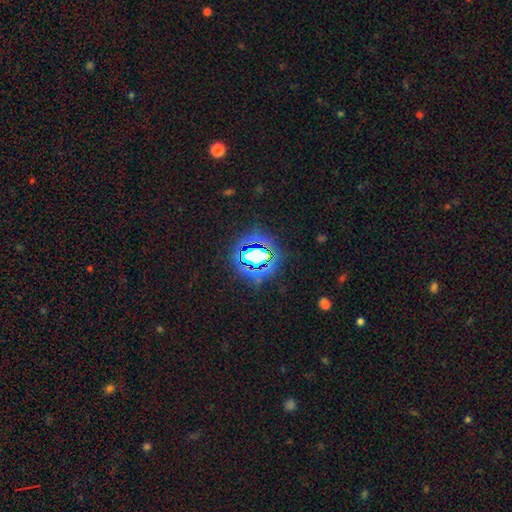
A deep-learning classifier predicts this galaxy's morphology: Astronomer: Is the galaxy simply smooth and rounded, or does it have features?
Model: star or artifact — 69%.